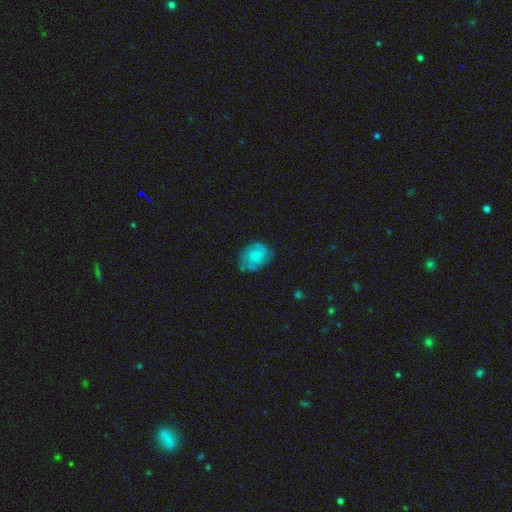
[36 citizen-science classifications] smooth_or_featured: featured or disk (p=0.56) [alt: smooth p=0.42]
disk_edge_on: no (p=1.00)
bar: no (p=0.80) [alt: weak p=0.15]
has_spiral_arms: yes (p=0.55) [alt: no p=0.45]
spiral_winding: medium (p=0.55) [alt: tight p=0.27]
spiral_arm_count: 2 (p=0.45) [alt: can't tell p=0.36]
bulge_size: small (p=0.35) [alt: none p=0.30]
merging: none (p=0.49) [alt: minor disturbance p=0.37]